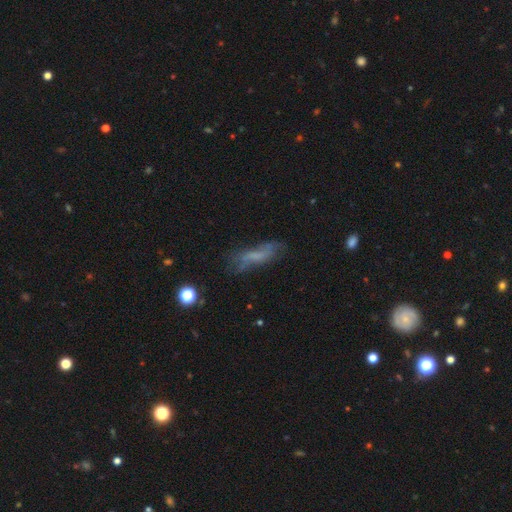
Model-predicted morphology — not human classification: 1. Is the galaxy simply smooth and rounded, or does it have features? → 48% smooth, 38% featured or disk, 13% star or artifact.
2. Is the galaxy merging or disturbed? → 55% none, 25% minor disturbance, 16% major disturbance, 4% merger.